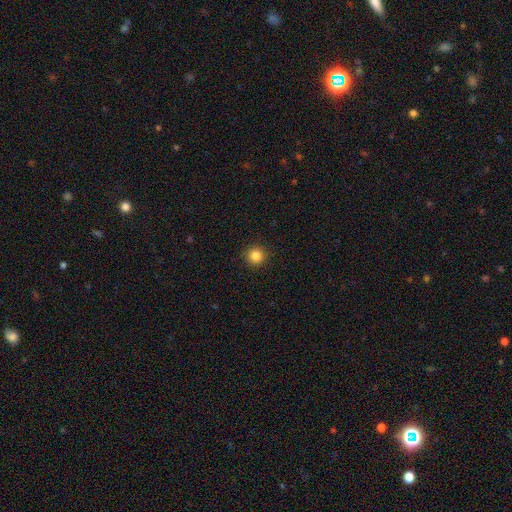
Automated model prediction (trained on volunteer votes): smooth_or_featured: smooth (p=0.84) [alt: star or artifact p=0.12]
how_rounded: round (p=0.95) [alt: in between p=0.04]
merging: none (p=0.92) [alt: minor disturbance p=0.05]